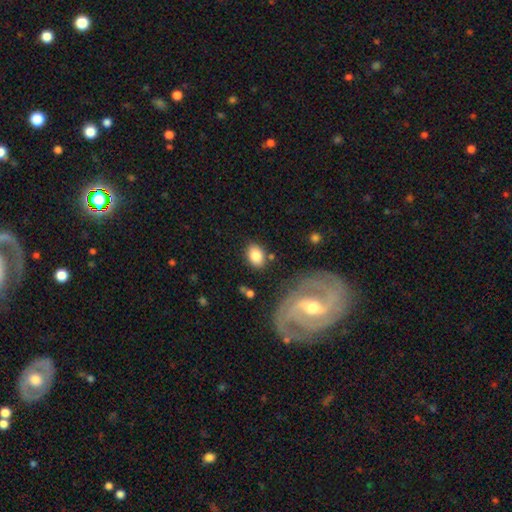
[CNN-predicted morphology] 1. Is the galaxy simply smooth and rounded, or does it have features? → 82% smooth, 11% featured or disk, 8% star or artifact.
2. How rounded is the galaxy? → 79% in between, 19% round, 1% cigar-shaped.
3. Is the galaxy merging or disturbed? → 78% none, 13% minor disturbance, 5% merger, 4% major disturbance.